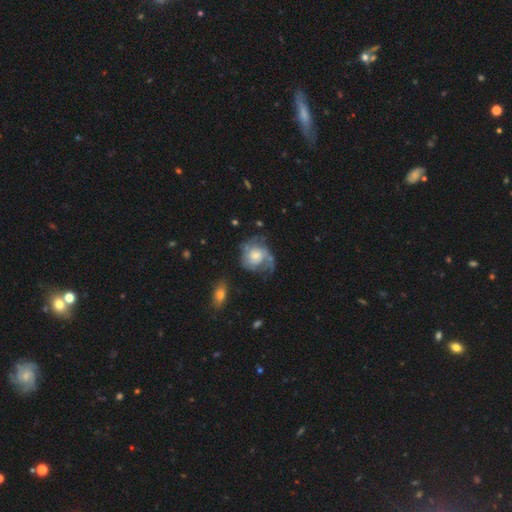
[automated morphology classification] A featured or disk galaxy (66%) with no bar (75%), 2 (36%) tight (39%, tied with medium) spiral arms (83%) and a moderate central bulge (46%). Merging: none (46%).